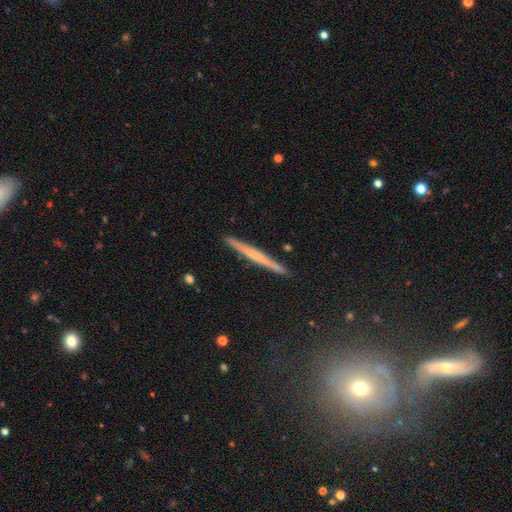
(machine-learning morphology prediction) smooth-or-featured: featured or disk: 53% | smooth: 40% | star or artifact: 7%
  disk-edge-on: yes: 98% | no: 2%
    edge-on-bulge: none: 73% | rounded: 20% | boxy: 7%
  merging: none: 91% | minor disturbance: 6% | merger: 1% | major disturbance: 1%